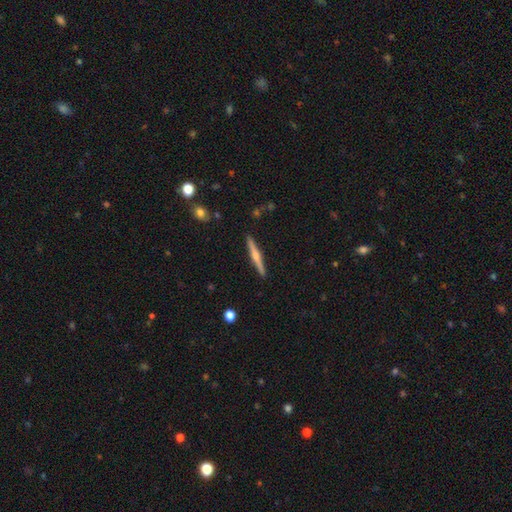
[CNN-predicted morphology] Q: Smooth or featured?
A: featured or disk (63%); runner-up: smooth (31%)
Q: Edge-on disk?
A: yes (98%); runner-up: no (2%)
Q: Edge-on bulge?
A: rounded (83%); runner-up: none (10%)
Q: Merging?
A: none (91%); runner-up: minor disturbance (6%)